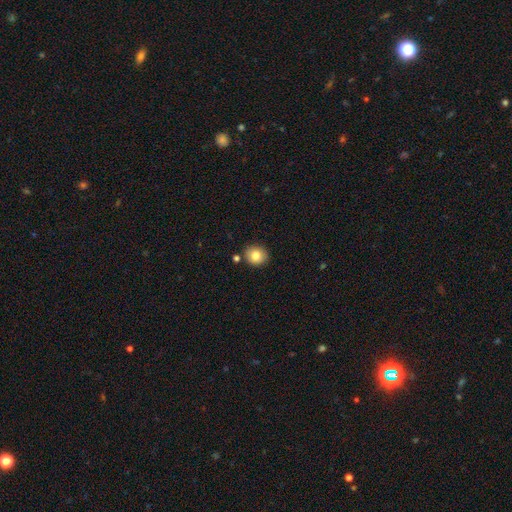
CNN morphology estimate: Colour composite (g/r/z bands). It shows a smooth galaxy with no disk features (83%) that is round (77%). Merging: none (84%).